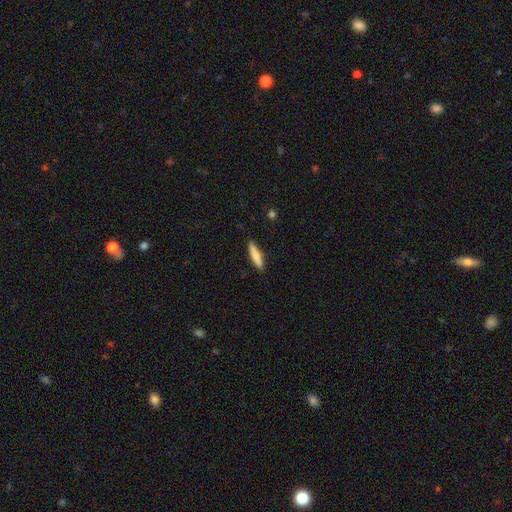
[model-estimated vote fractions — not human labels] Smooth or featured? smooth (76%)
How rounded? cigar-shaped (83%)
Merging? none (88%)